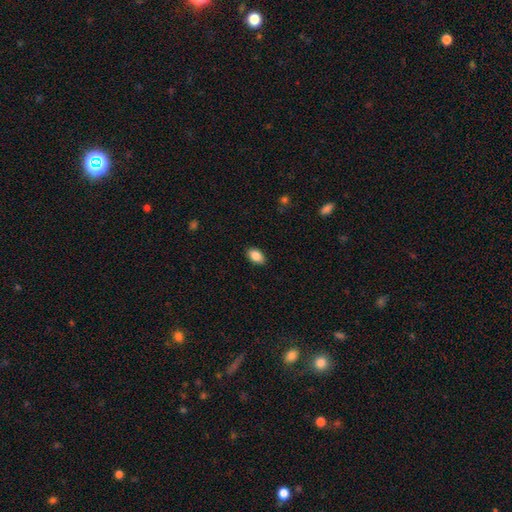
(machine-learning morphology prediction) smooth_or_featured: smooth (p=0.87) [alt: star or artifact p=0.08]
how_rounded: in between (p=0.90) [alt: round p=0.08]
merging: none (p=0.89) [alt: minor disturbance p=0.09]